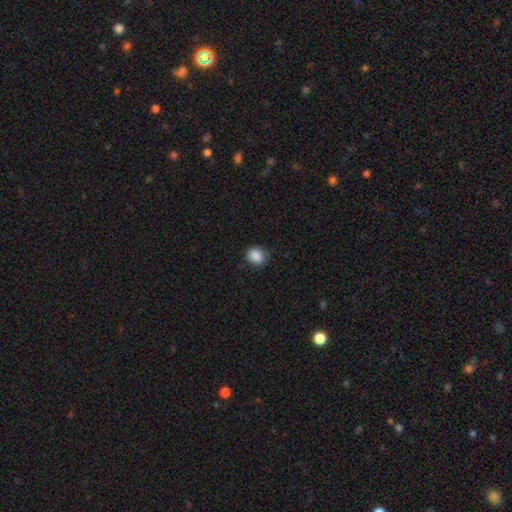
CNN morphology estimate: Smooth or featured? Predicted: smooth (p=0.87). How rounded? Predicted: round (p=0.66). Merging? Predicted: none (p=0.77).